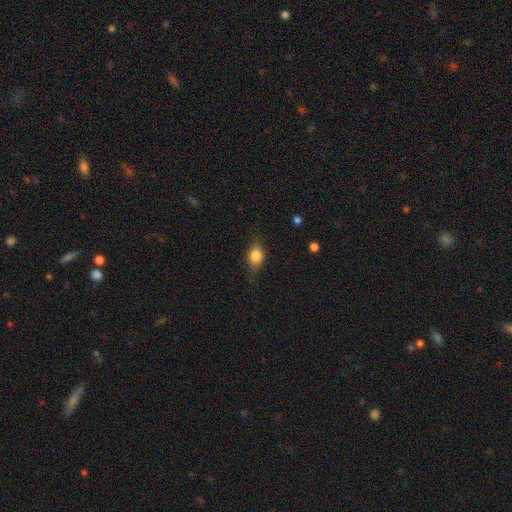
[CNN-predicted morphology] Q: Smooth or featured?
A: smooth (77%); runner-up: featured or disk (14%)
Q: How rounded?
A: in between (61%); runner-up: round (34%)
Q: Merging?
A: none (72%); runner-up: minor disturbance (21%)